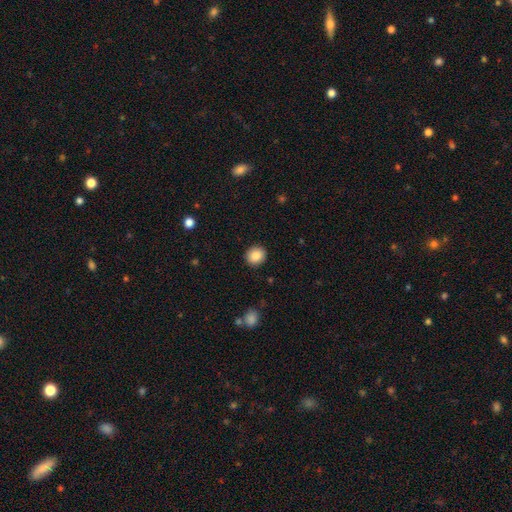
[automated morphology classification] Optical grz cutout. It shows a smooth galaxy with no disk features (87%) that is round (80%). Merging: none (91%).